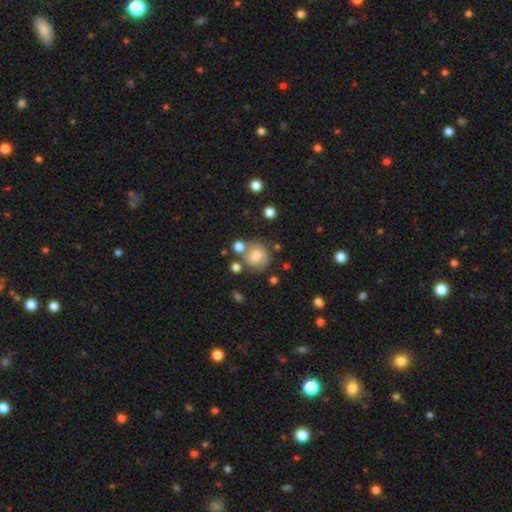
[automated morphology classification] Smooth or featured: smooth — 68% (featured or disk — 22%)
How rounded: round — 84% (in between — 15%)
Merging: none — 62% (minor disturbance — 17%)